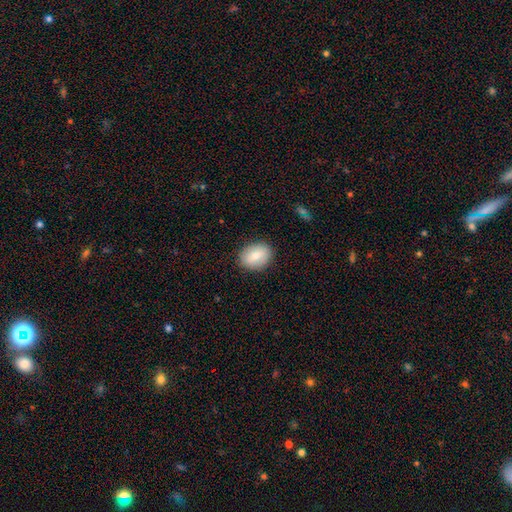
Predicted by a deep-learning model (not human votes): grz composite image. It shows a smooth galaxy with no disk features (79%) that is in between round and cigar-shaped (67%). Merging: none (87%).